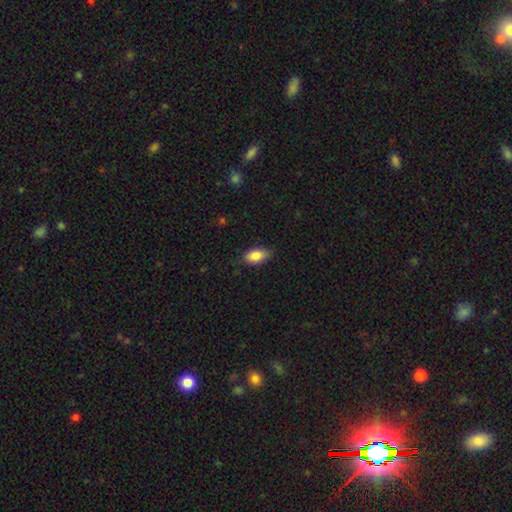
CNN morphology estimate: This is clearly a smooth galaxy (86%). How rounded: clearly in between (90%). Merging: likely none (79%).